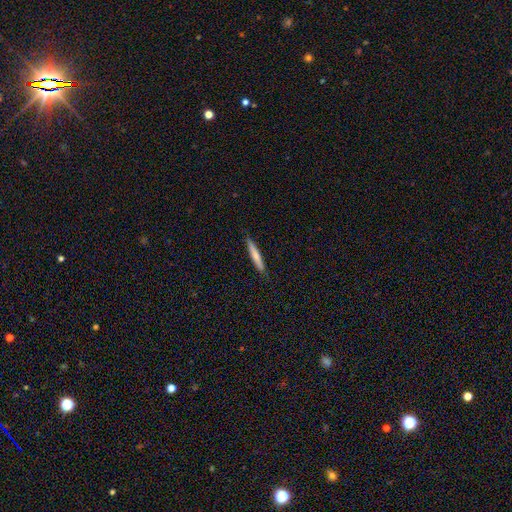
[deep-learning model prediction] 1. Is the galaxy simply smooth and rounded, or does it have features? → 64% smooth, 31% featured or disk, 6% star or artifact.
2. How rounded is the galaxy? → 94% cigar-shaped, 5% in between, 1% round.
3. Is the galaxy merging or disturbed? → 87% none, 10% minor disturbance, 2% major disturbance, 1% merger.